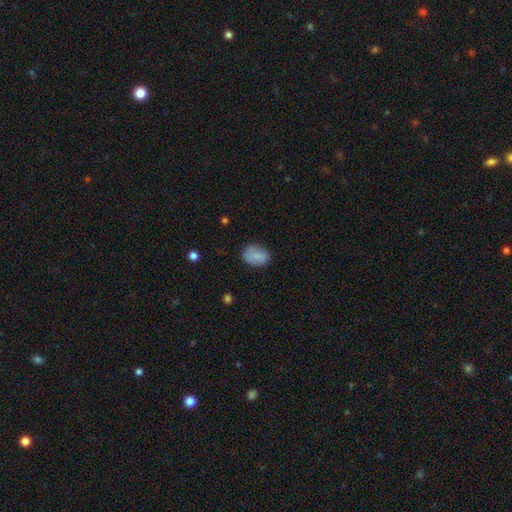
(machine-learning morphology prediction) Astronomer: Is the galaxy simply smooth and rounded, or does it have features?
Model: smooth — 82%.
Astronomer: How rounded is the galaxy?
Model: in between — 74%.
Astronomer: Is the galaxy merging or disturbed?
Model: none — 76%.